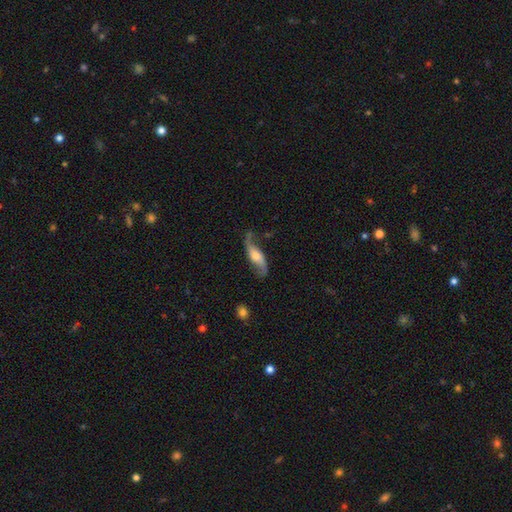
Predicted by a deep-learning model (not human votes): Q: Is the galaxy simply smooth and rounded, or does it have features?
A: featured or disk — 74%.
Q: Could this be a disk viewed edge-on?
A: no — 82%.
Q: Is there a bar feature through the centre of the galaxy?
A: no — 55%.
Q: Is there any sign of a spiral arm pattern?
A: yes — 92%.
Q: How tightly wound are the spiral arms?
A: loose — 83%.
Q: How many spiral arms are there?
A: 2 — 91%.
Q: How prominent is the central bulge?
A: moderate — 52%.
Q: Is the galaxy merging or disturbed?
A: none — 65%.